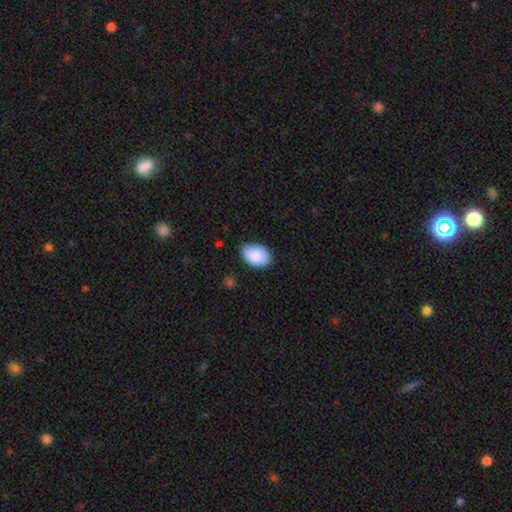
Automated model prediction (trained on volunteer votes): Overall: smooth (89%). How rounded: in between (89%). Merging: none (78%).